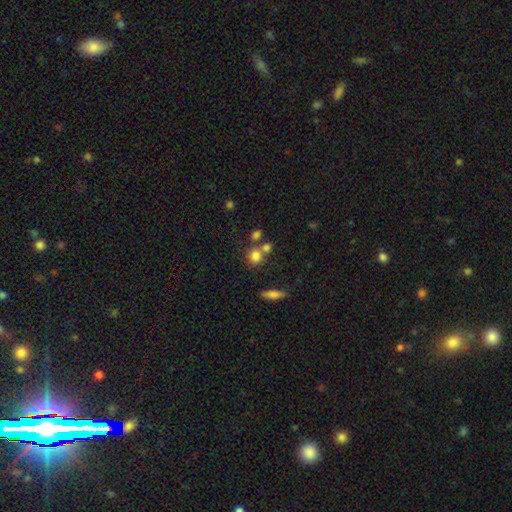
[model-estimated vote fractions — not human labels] A smooth galaxy with no disk features (78%) that is round (83%). Merging: none (54%).